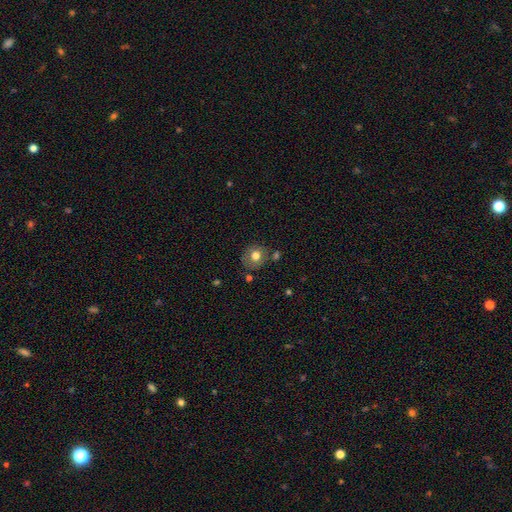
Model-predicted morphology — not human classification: A smooth galaxy with no disk features (73%) that is round (80%). Merging: none (73%).